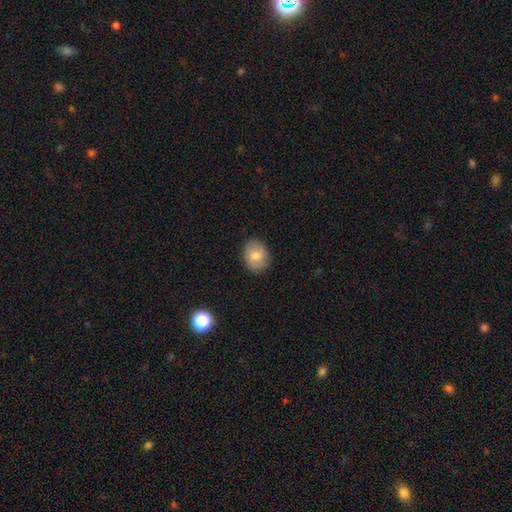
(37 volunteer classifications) A smooth galaxy with no disk features (78%) that is round (72%). Merging: none (91%).